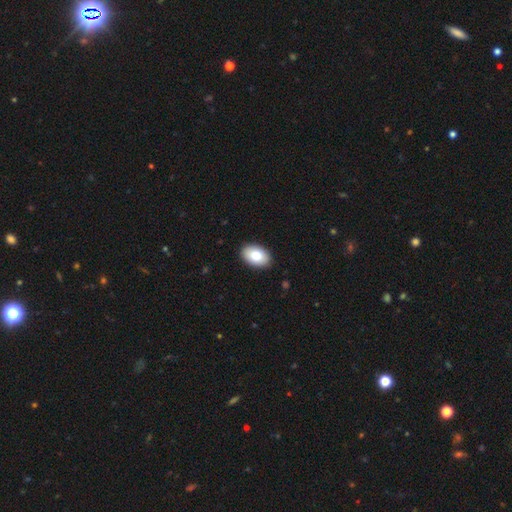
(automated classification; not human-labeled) Smooth or featured? Predicted: smooth (p=0.82). How rounded? Predicted: in between (p=0.91). Merging? Predicted: none (p=0.90).